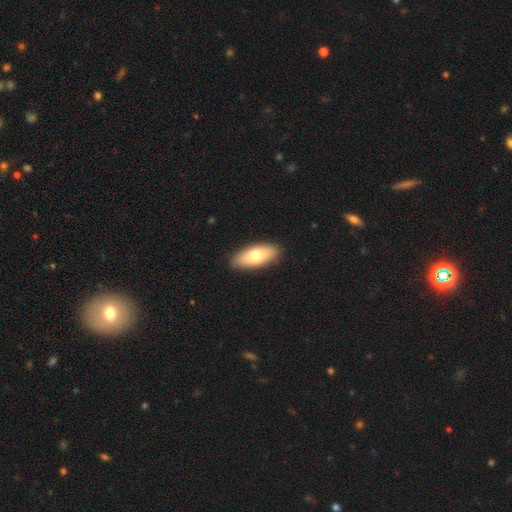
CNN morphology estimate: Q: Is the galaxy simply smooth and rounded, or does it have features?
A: smooth — 72%.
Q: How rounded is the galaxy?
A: in between — 85%.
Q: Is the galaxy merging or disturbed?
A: none — 89%.